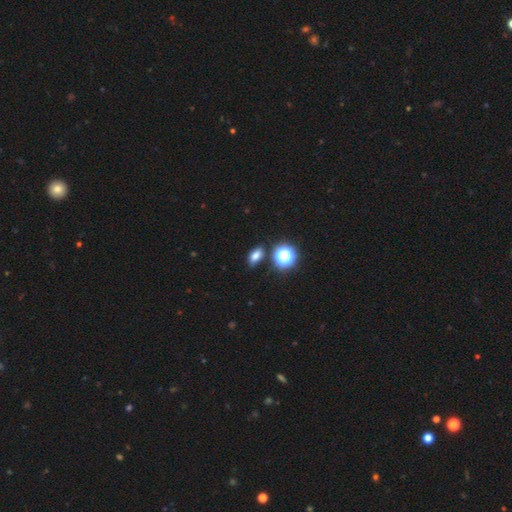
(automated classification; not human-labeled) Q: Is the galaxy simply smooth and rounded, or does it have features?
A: smooth — 74%.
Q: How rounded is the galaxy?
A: in between — 79%.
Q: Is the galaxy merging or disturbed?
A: none — 79%.